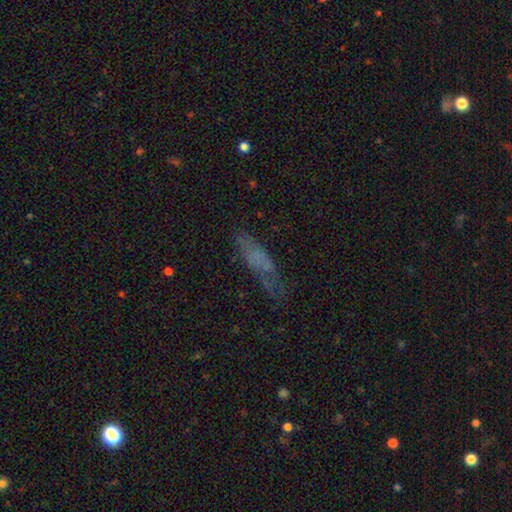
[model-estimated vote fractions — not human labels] Smooth or featured: smooth — 42% (featured or disk — 36%)
Merging: none — 68% (minor disturbance — 19%)